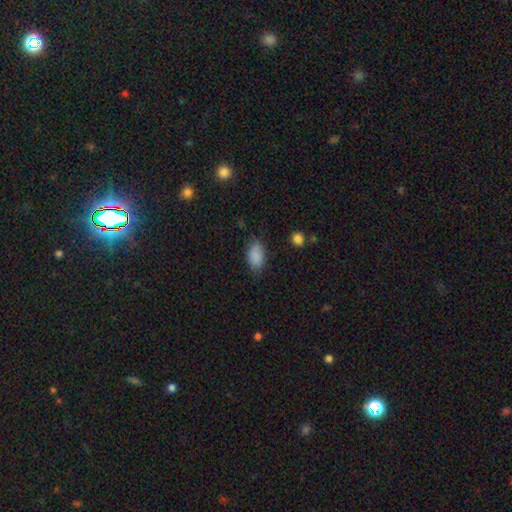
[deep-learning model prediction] Smooth or featured? smooth (88%)
How rounded? in between (91%)
Merging? none (76%)